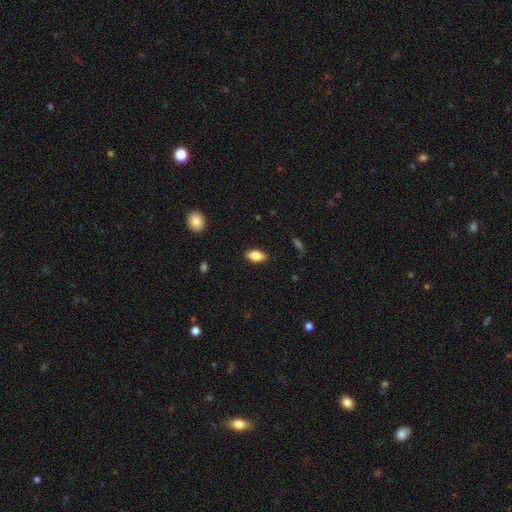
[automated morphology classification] A smooth galaxy with no disk features (82%) that is in between round and cigar-shaped (90%).

Vote fractions:
- Smooth or featured? smooth: 82% / featured or disk: 11% / star or artifact: 8%
- How rounded? in between: 90% / cigar-shaped: 5% / round: 5%
- Merging? none: 87% / minor disturbance: 9% / major disturbance: 2% / merger: 1%